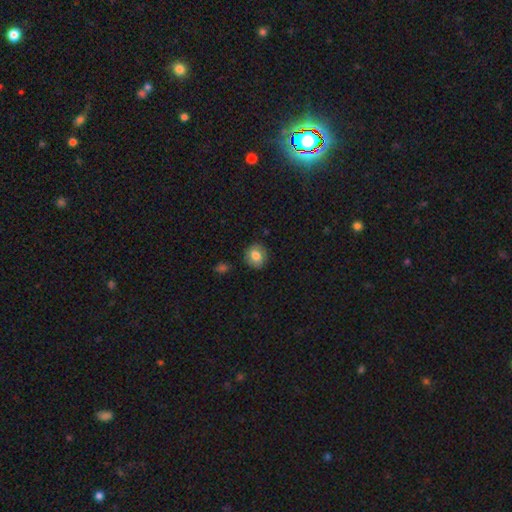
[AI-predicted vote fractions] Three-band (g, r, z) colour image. It shows a smooth galaxy with no disk features (79%) that is round (81%). Merging: none (87%).